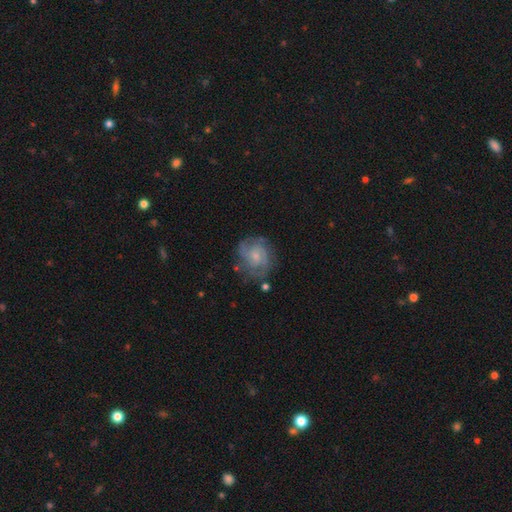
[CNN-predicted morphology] The model was most divided on "spiral winding": tight: 49%, medium: 40%, loose: 11%. Remaining: edge-on disk — no (98%); spiral arms — yes (92%); smooth or featured — featured or disk (76%); merging — none (69%); bar — no (64%); bulge size — small (53%); spiral arm count — 2 (37%).